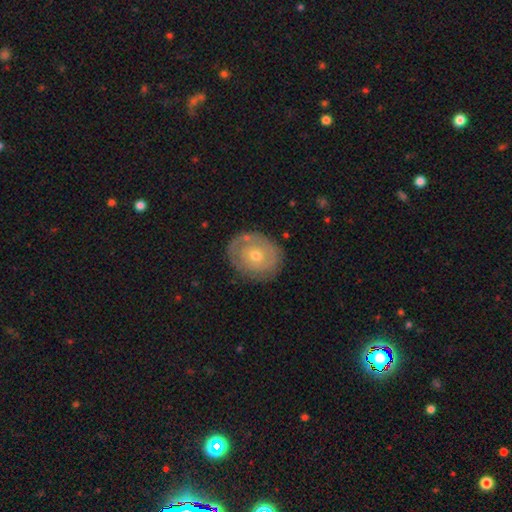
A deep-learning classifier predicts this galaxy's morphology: A featured or disk galaxy (58%) with no bar (85%), no spiral arms (51%) and a moderate central bulge (49%). Merging: none (77%).